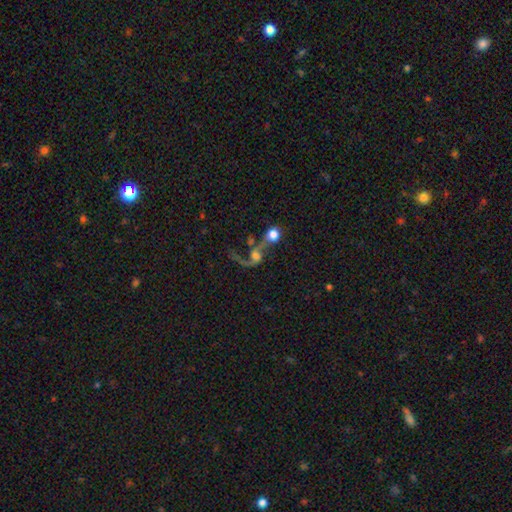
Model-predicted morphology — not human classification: type=featured or disk (61%); edge-on=no (96%); bar=no (64%); spiral arms=yes (80%); bulge=moderate (35%); merging=merger (59%).